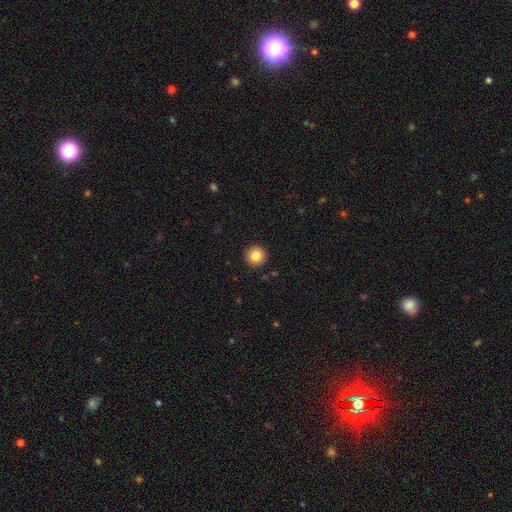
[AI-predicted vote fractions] smooth_or_featured: smooth (p=0.84) [alt: star or artifact p=0.10]
how_rounded: round (p=0.96) [alt: in between p=0.03]
merging: none (p=0.93) [alt: minor disturbance p=0.05]